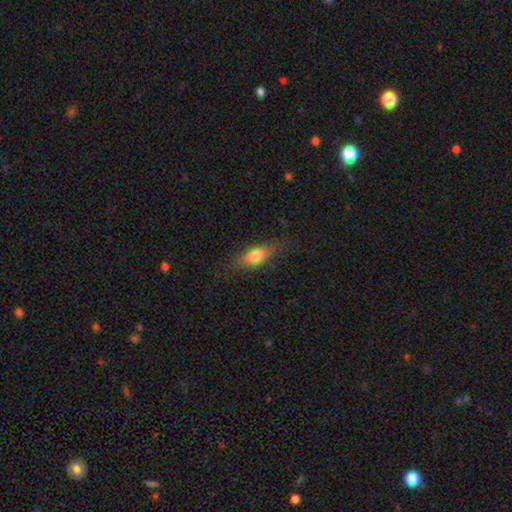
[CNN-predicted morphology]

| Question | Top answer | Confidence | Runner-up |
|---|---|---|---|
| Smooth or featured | smooth | 72% | featured or disk (19%) |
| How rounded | in between | 72% | cigar-shaped (22%) |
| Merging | none | 75% | minor disturbance (18%) |